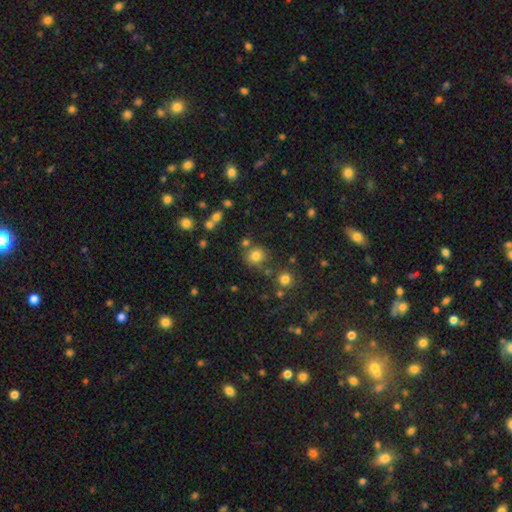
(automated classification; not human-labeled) A smooth galaxy with no disk features (77%) that is round (85%).

Vote fractions:
- Smooth or featured? smooth: 77% / star or artifact: 16% / featured or disk: 7%
- How rounded? round: 85% / in between: 14% / cigar-shaped: 1%
- Merging? none: 72% / merger: 12% / minor disturbance: 12% / major disturbance: 5%